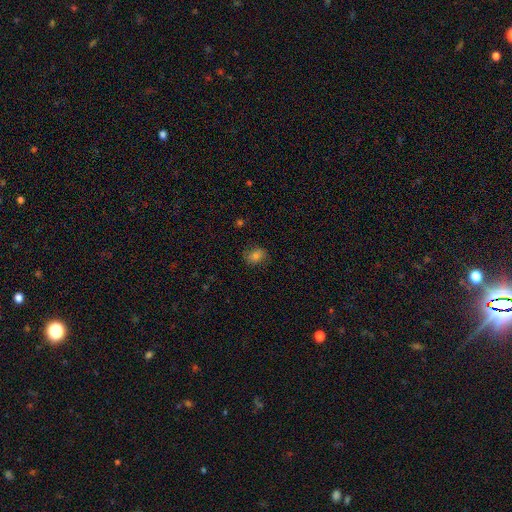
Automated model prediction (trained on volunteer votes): smooth 76%, star or artifact 13%, featured or disk 11%. Down the decision tree: how rounded — in between (58%); merging — none (79%).